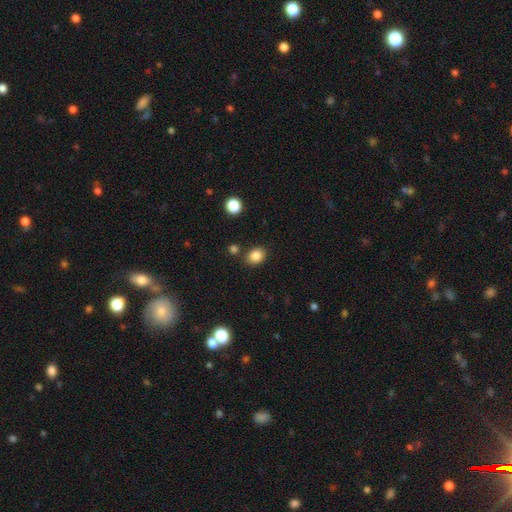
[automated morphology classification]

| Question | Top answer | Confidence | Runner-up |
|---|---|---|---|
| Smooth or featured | smooth | 85% | star or artifact (10%) |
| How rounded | in between | 53% | round (46%) |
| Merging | none | 80% | minor disturbance (11%) |